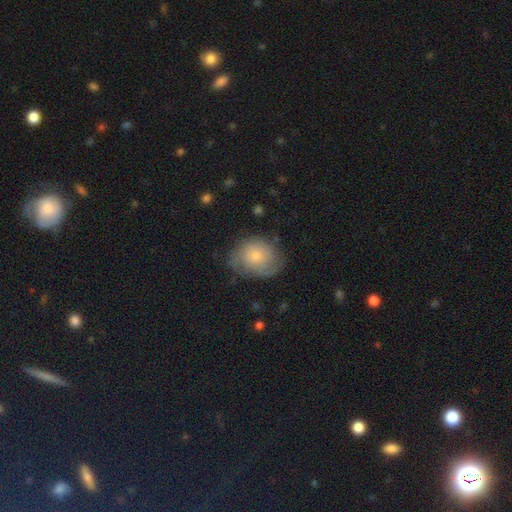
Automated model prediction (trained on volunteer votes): This appears to be a smooth galaxy with no disk features (60%) that is in between round and cigar-shaped (50%). Merging: none (61%).